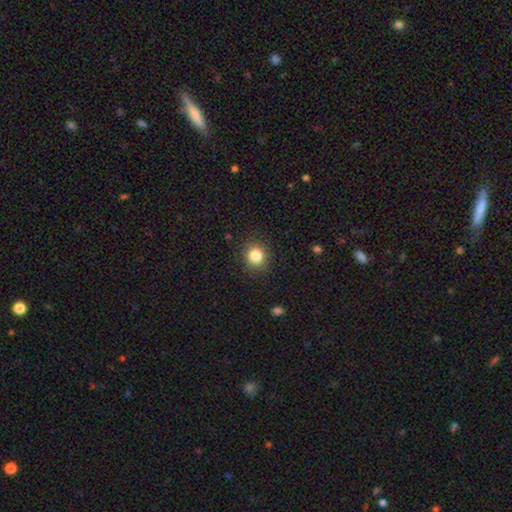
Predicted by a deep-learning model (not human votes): Overall: smooth (84%). How rounded: round (86%). Merging: none (88%).